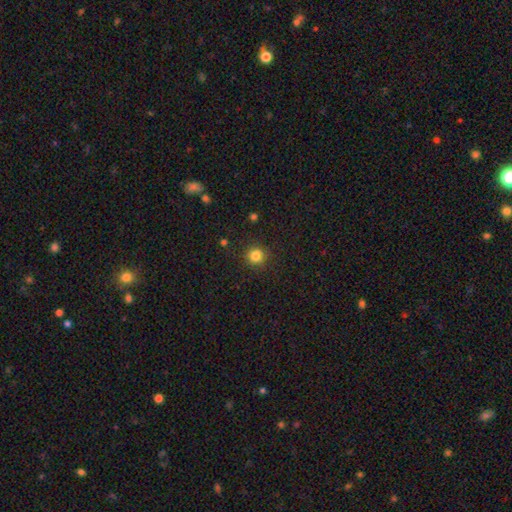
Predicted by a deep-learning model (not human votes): A smooth galaxy with no disk features (83%) that is round (92%).

Vote fractions:
- Smooth or featured? smooth: 83% / star or artifact: 13% / featured or disk: 4%
- How rounded? round: 92% / in between: 7% / cigar-shaped: 1%
- Merging? none: 90% / minor disturbance: 7% / major disturbance: 2% / merger: 1%